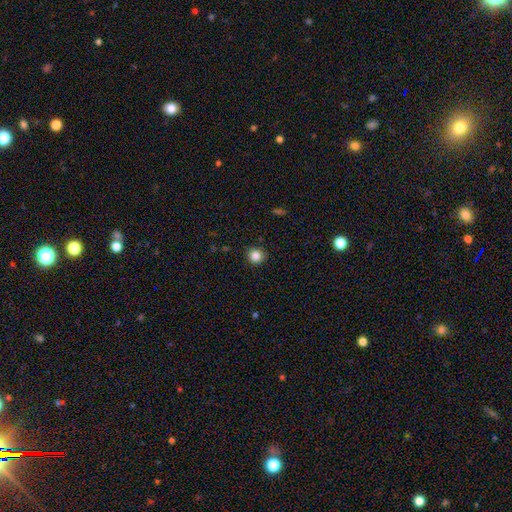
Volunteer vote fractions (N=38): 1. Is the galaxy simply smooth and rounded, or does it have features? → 89% smooth, 5% featured or disk, 5% star or artifact.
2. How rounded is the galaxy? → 97% round, 3% cigar-shaped, 0% in between.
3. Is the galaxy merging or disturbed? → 86% none, 6% minor disturbance, 6% major disturbance, 3% merger.